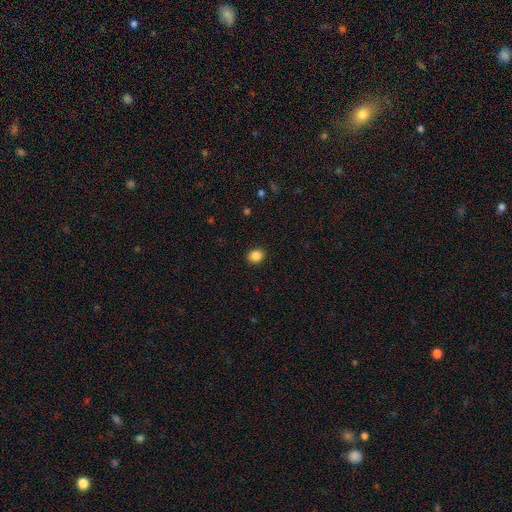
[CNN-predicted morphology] A smooth galaxy with no disk features (87%) that is round (65%). Merging: none (91%).